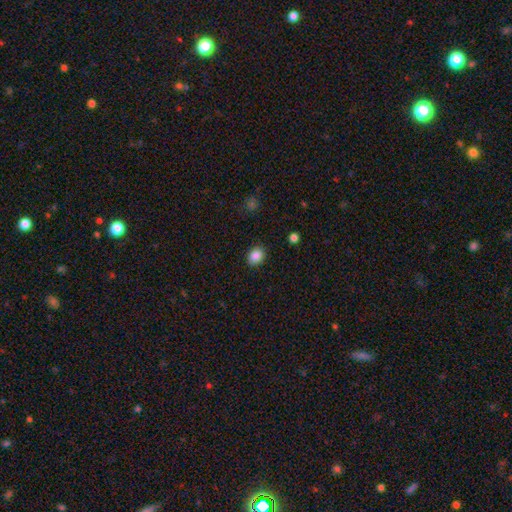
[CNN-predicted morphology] Smooth or featured?
  - smooth: 87% *
  - star or artifact: 9%
  - featured or disk: 4%
How rounded?
  - round: 54% *
  - in between: 45%
  - cigar-shaped: 1%
Merging?
  - none: 88% *
  - minor disturbance: 8%
  - major disturbance: 2%
  - merger: 1%